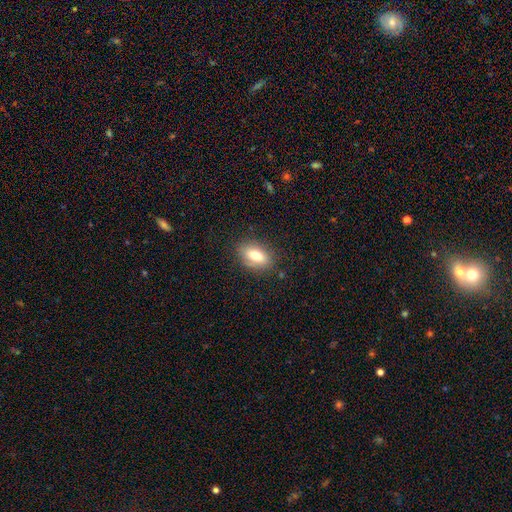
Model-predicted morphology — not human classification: Smooth or featured?
  - smooth: 74% *
  - featured or disk: 18%
  - star or artifact: 9%
How rounded?
  - in between: 85% *
  - round: 10%
  - cigar-shaped: 5%
Merging?
  - none: 82% *
  - minor disturbance: 13%
  - major disturbance: 4%
  - merger: 1%